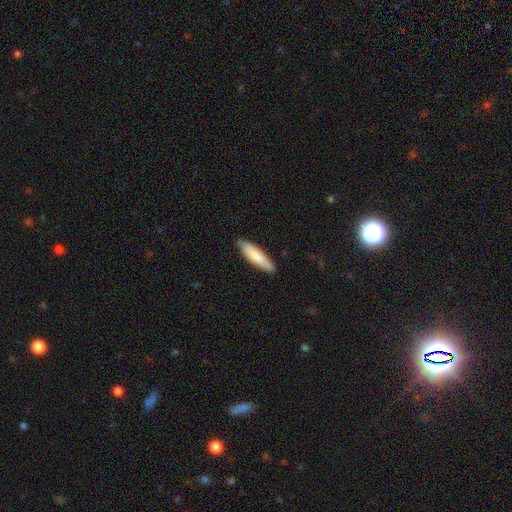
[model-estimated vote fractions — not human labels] The model was most divided on "how rounded": cigar-shaped: 69%, in between: 30%, round: 1%. More confident: merging — none (87%); smooth or featured — smooth (80%).